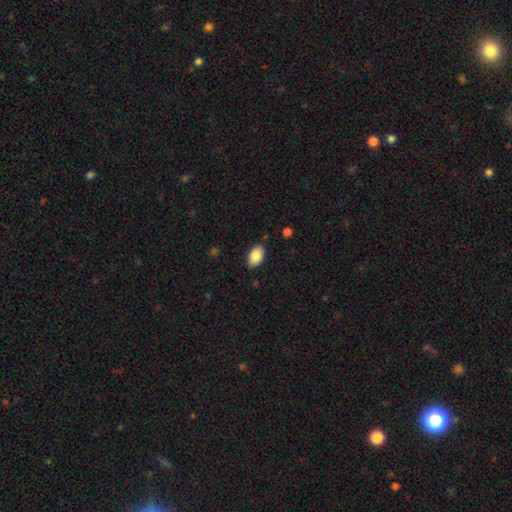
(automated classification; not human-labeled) Q: Smooth or featured?
A: smooth (87%); runner-up: star or artifact (7%)
Q: How rounded?
A: in between (91%); runner-up: round (7%)
Q: Merging?
A: none (84%); runner-up: minor disturbance (12%)